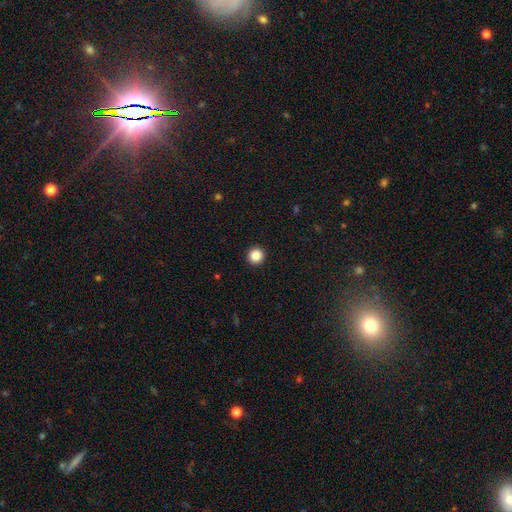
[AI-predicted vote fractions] smooth 88%, star or artifact 10%, featured or disk 3%. Down the decision tree: how rounded — round (95%); merging — none (93%).